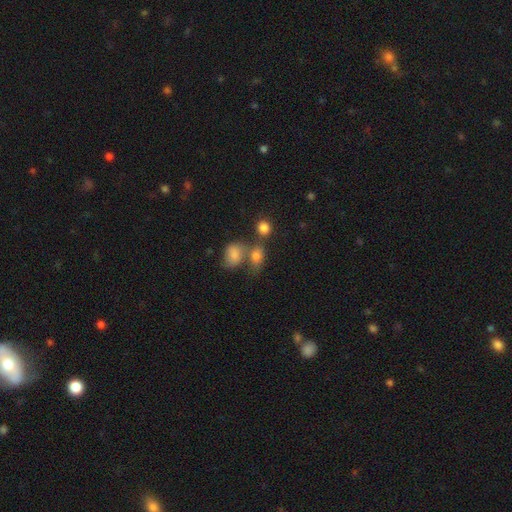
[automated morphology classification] A smooth galaxy with no disk features (76%) that is in between round and cigar-shaped (67%).

Vote fractions:
- Smooth or featured? smooth: 76% / star or artifact: 12% / featured or disk: 11%
- How rounded? in between: 67% / round: 30% / cigar-shaped: 3%
- Merging? merger: 41% / none: 39% / minor disturbance: 13% / major disturbance: 7%